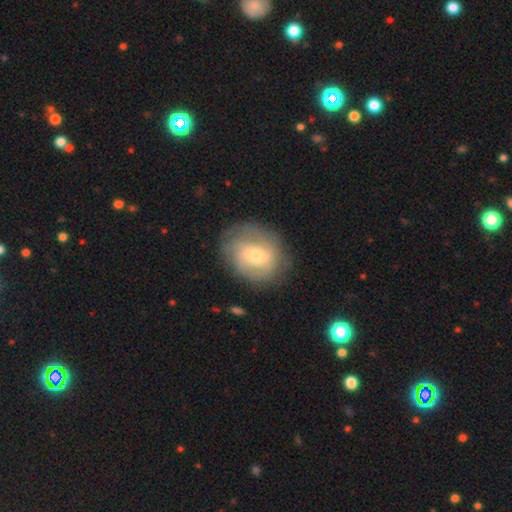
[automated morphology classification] smooth_or_featured: featured or disk (p=0.60) [alt: smooth p=0.32]
disk_edge_on: no (p=0.97) [alt: yes p=0.03]
bar: no (p=0.56) [alt: weak p=0.36]
has_spiral_arms: yes (p=0.79) [alt: no p=0.21]
bulge_size: moderate (p=0.48) [alt: small p=0.47]
merging: none (p=0.72) [alt: minor disturbance p=0.19]